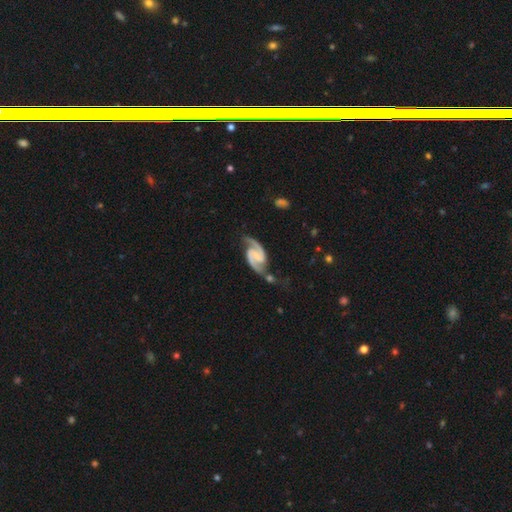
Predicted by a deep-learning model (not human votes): featured or disk 92%, star or artifact 4%, smooth 4%. Down the decision tree: edge-on disk — no (98%); bar — weak (42%); spiral arms — yes (98%); spiral arm count — 2 (94%); spiral winding — medium (56%); bulge size — none (45%); merging — none (61%).